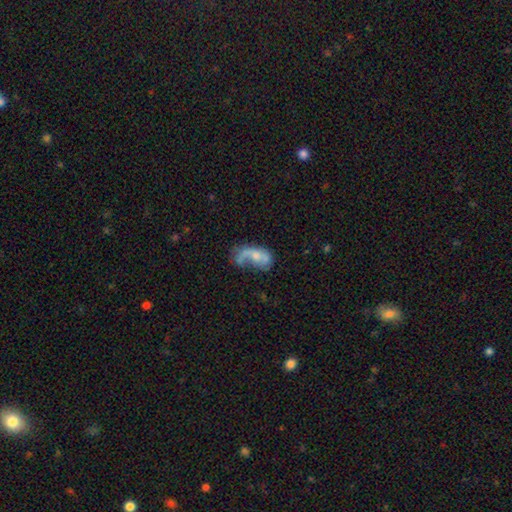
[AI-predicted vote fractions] Smooth or featured? Predicted: featured or disk (p=0.53). Edge-on disk? Predicted: no (p=0.96). Bar? Predicted: no (p=0.75). Spiral arms? Predicted: yes (p=0.60). Bulge size? Predicted: small (p=0.41). Merging? Predicted: major disturbance (p=0.44).